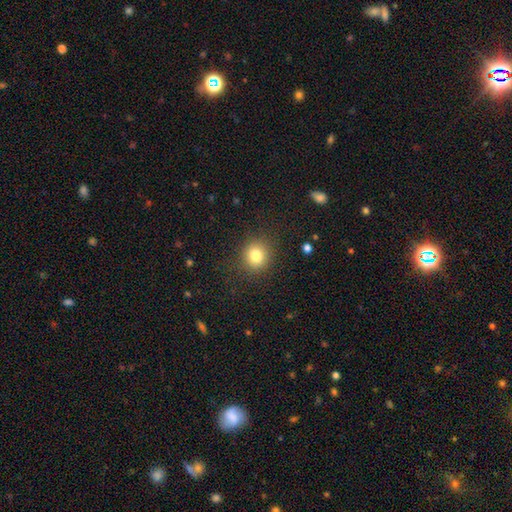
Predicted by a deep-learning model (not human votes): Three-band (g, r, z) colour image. It shows a smooth galaxy with no disk features (81%) that is round (85%). Merging: none (88%).